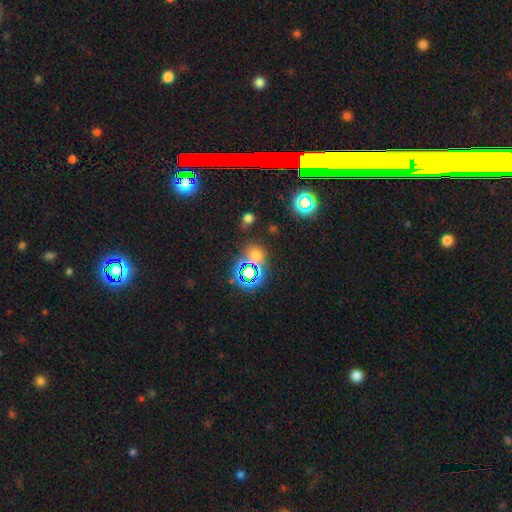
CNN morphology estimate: This is possibly a star or artifact rather than a galaxy (51%).